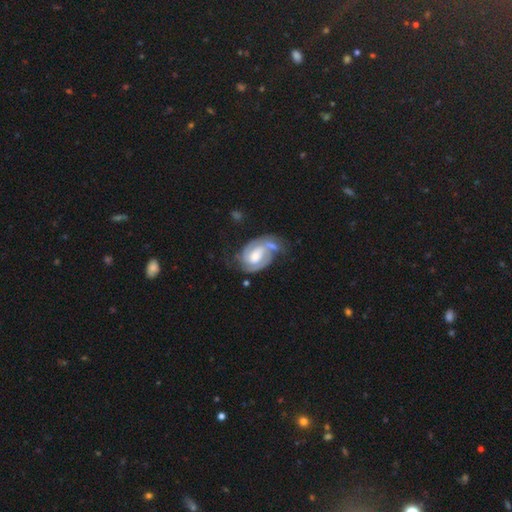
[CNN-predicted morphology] The model was most divided on "bar": weak: 44%, no: 40%, strong: 16%. Remaining: edge-on disk — no (97%); spiral arms — yes (95%); smooth or featured — featured or disk (85%); spiral arm count — 2 (73%); bulge size — moderate (52%); spiral winding — tight (50%); merging — none (41%).